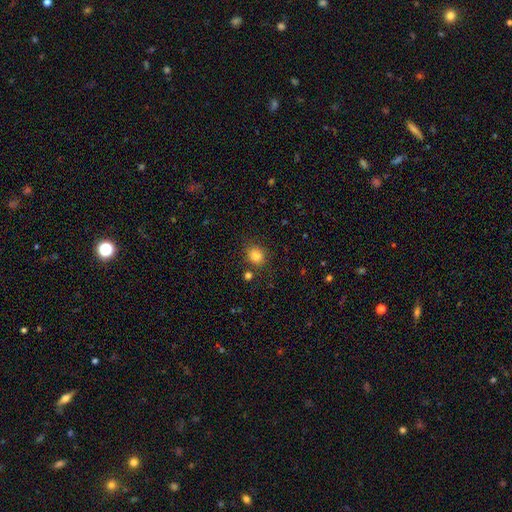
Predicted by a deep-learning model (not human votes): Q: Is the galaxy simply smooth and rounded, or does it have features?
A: smooth — 82%.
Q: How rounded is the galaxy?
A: round — 69%.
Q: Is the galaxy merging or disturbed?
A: none — 80%.